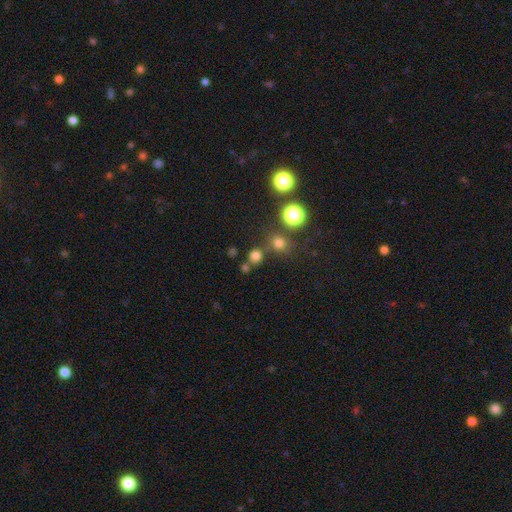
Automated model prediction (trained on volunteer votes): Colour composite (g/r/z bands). It shows a smooth galaxy with no disk features (70%) that is round (88%). Merging: none (73%).